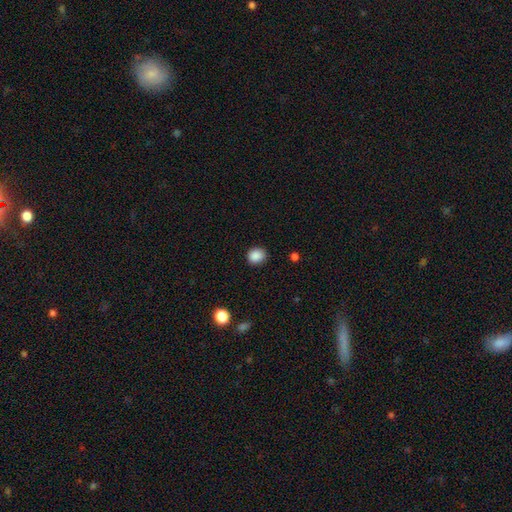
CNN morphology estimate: This is clearly a smooth galaxy (87%). How rounded: likely round (72%). Merging: clearly none (87%).